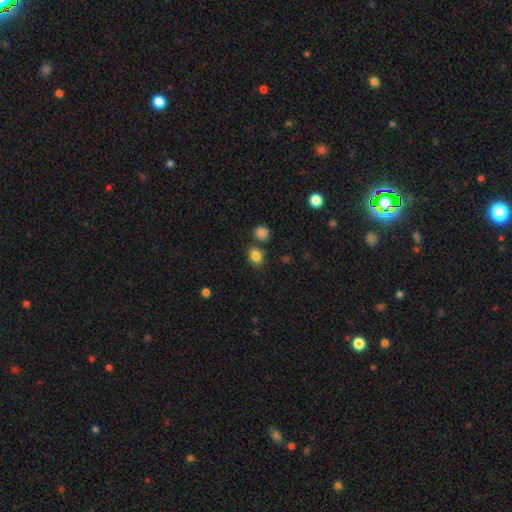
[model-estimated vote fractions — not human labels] Overall: smooth (84%). How rounded: round (60%; in between 39%). Merging: none (72%).